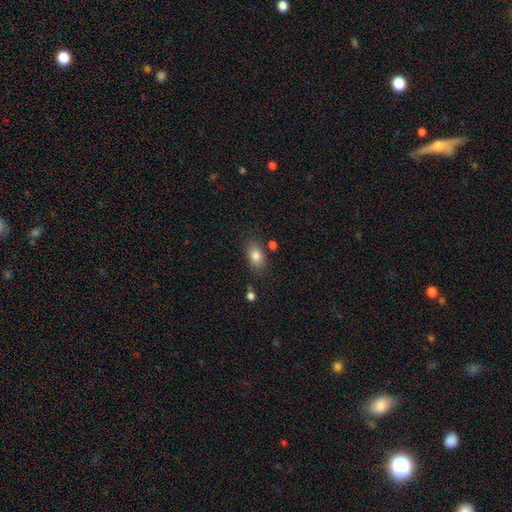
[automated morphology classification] A smooth galaxy with no disk features (83%) that is in between round and cigar-shaped (85%). Merging: none (78%).